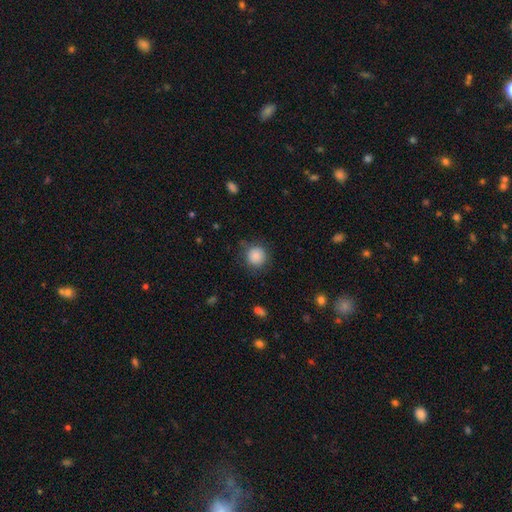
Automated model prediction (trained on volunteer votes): Smooth or featured?
  - smooth: 86% *
  - star or artifact: 9%
  - featured or disk: 5%
How rounded?
  - round: 92% *
  - in between: 7%
  - cigar-shaped: 1%
Merging?
  - none: 80% *
  - minor disturbance: 14%
  - major disturbance: 5%
  - merger: 1%